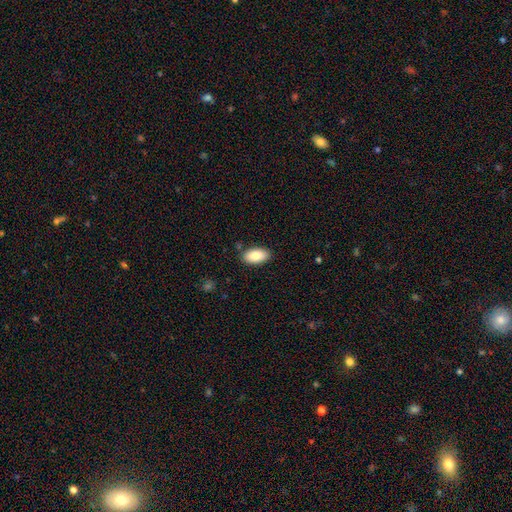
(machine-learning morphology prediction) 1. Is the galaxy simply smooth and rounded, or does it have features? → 85% smooth, 8% featured or disk, 7% star or artifact.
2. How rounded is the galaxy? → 95% in between, 3% round, 3% cigar-shaped.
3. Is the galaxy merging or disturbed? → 86% none, 10% minor disturbance, 2% major disturbance, 2% merger.